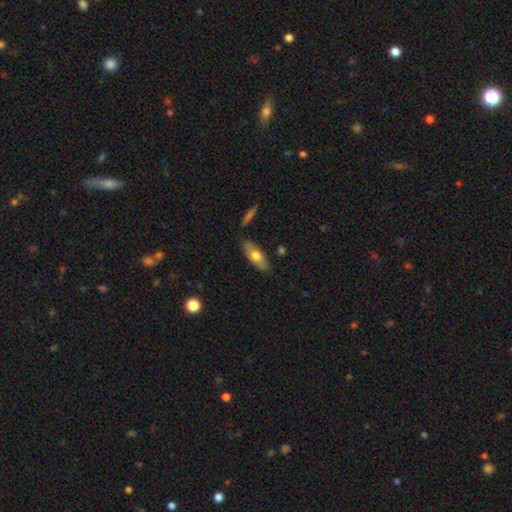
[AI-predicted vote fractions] smooth_or_featured: smooth (p=0.62) [alt: featured or disk p=0.32]
how_rounded: in between (p=0.69) [alt: cigar-shaped p=0.28]
merging: none (p=0.83) [alt: minor disturbance p=0.12]